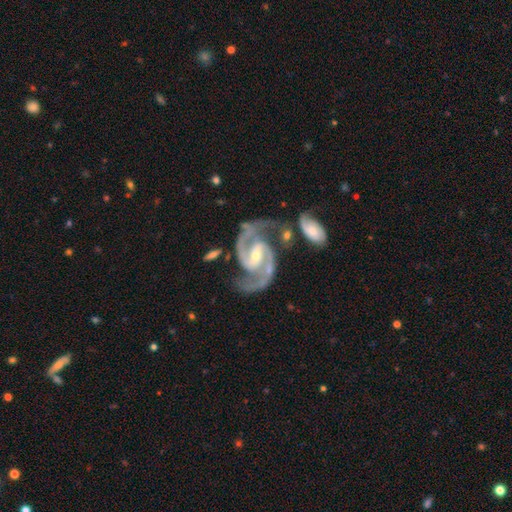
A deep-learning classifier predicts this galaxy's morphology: Smooth or featured? Predicted: featured or disk (p=0.94). Edge-on disk? Predicted: no (p=0.98). Bar? Predicted: weak (p=0.41). Spiral arms? Predicted: yes (p=0.99). Spiral winding? Predicted: medium (p=0.69). Spiral arm count? Predicted: 2 (p=0.93). Bulge size? Predicted: small (p=0.58). Merging? Predicted: none (p=0.68).